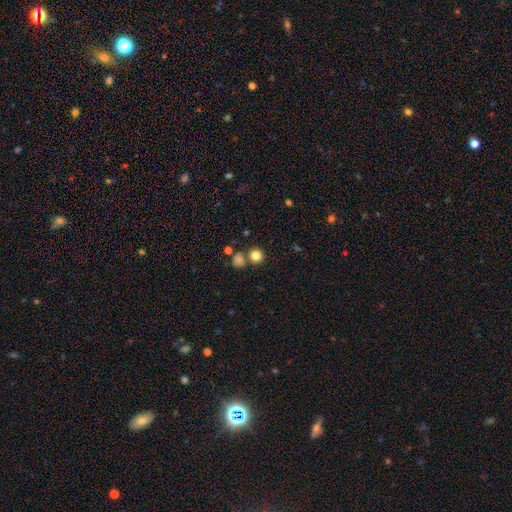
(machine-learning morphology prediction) Q: Smooth or featured?
A: smooth (81%); runner-up: star or artifact (13%)
Q: How rounded?
A: round (91%); runner-up: in between (8%)
Q: Merging?
A: none (72%); runner-up: merger (17%)